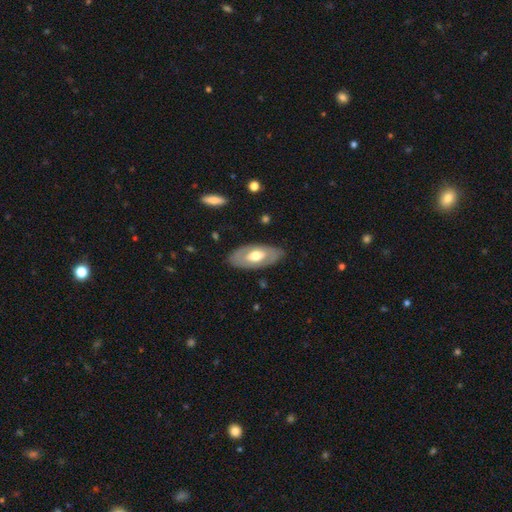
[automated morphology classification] This appears to be a featured or disk galaxy (53%). Merging: none (83%).